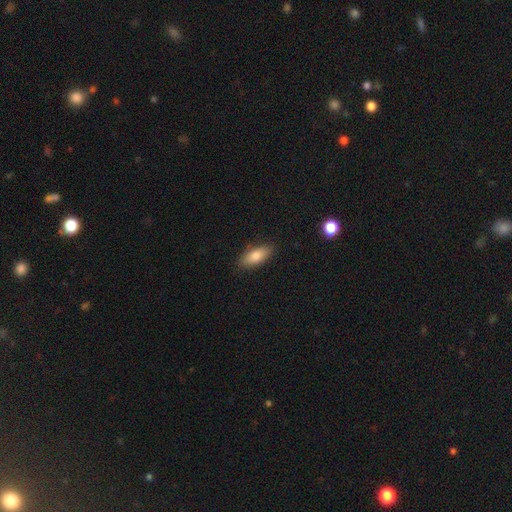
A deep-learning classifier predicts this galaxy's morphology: Smooth or featured: smooth — 80% (featured or disk — 14%)
How rounded: in between — 79% (cigar-shaped — 19%)
Merging: none — 86% (minor disturbance — 11%)